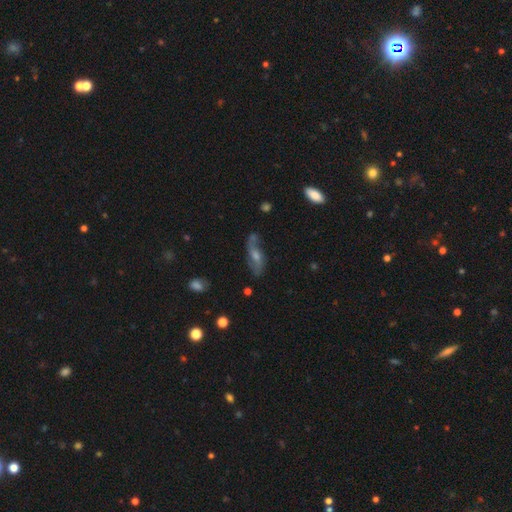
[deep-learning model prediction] Overall: featured or disk (73%). Edge-on disk: no (84%). Bar: no (49%; weak 40%). Spiral arms: yes (90%). Spiral arm count: 2 (86%). Spiral winding: loose (60%; medium 30%). Bulge size: moderate (55%; small 30%). Merging: none (72%).